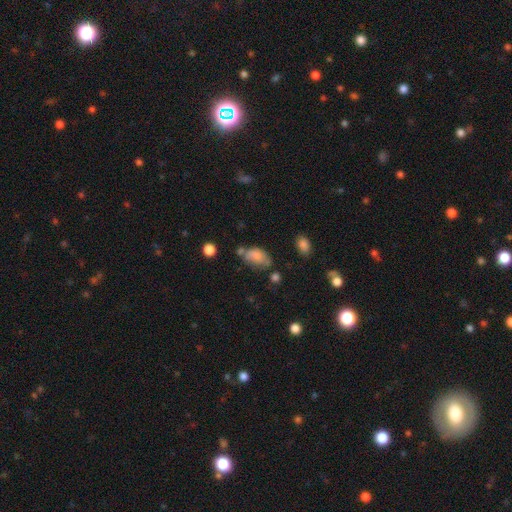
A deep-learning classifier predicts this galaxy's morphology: Smooth or featured? Predicted: smooth (p=0.76). How rounded? Predicted: in between (p=0.90). Merging? Predicted: none (p=0.41).